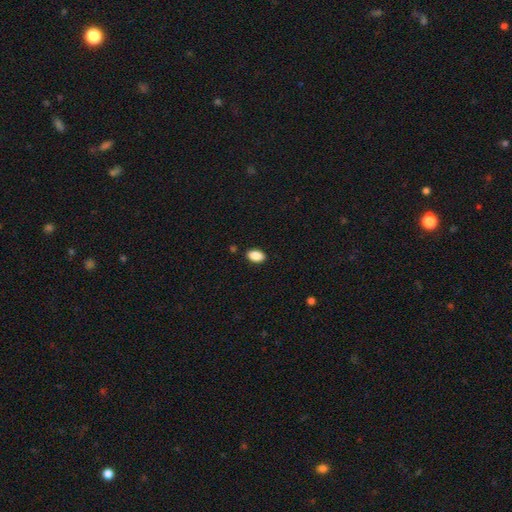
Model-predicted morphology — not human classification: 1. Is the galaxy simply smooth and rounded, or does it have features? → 89% smooth, 8% star or artifact, 3% featured or disk.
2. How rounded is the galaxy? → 91% in between, 7% round, 2% cigar-shaped.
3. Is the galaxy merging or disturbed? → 89% none, 8% minor disturbance, 2% major disturbance, 1% merger.